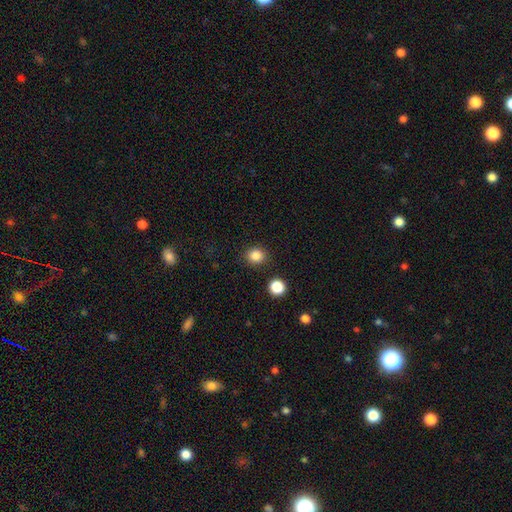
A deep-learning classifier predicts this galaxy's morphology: The model was most divided on "how rounded": round: 85%, in between: 14%, cigar-shaped: 1%. More confident: merging — none (88%); smooth or featured — smooth (84%).